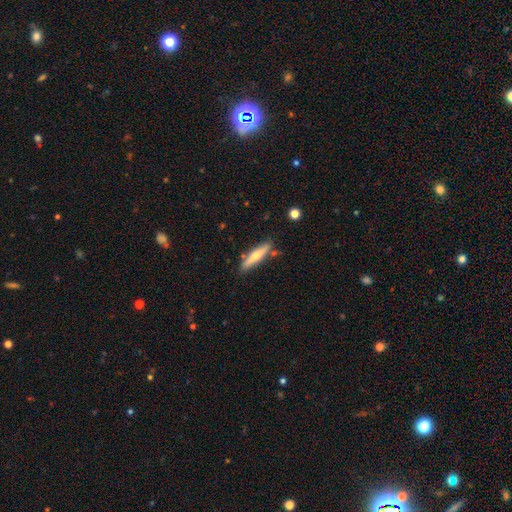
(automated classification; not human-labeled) smooth-or-featured: smooth: 51% | featured or disk: 43% | star or artifact: 6%
  how-rounded: cigar-shaped: 83% | in between: 15% | round: 2%
  merging: none: 80% | minor disturbance: 13% | merger: 5% | major disturbance: 2%